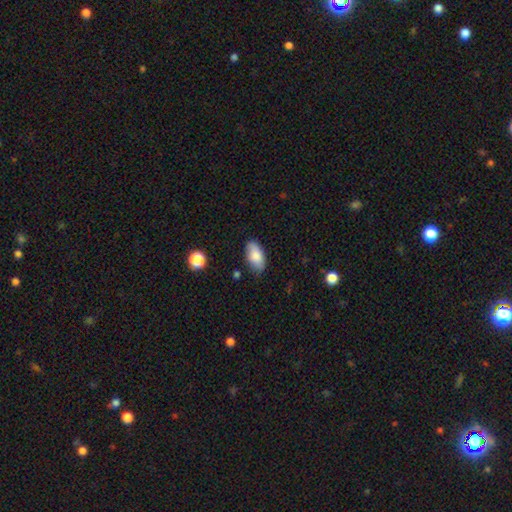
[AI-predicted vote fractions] Q: Smooth or featured?
A: smooth (83%); runner-up: featured or disk (10%)
Q: How rounded?
A: in between (93%); runner-up: cigar-shaped (4%)
Q: Merging?
A: none (79%); runner-up: minor disturbance (17%)